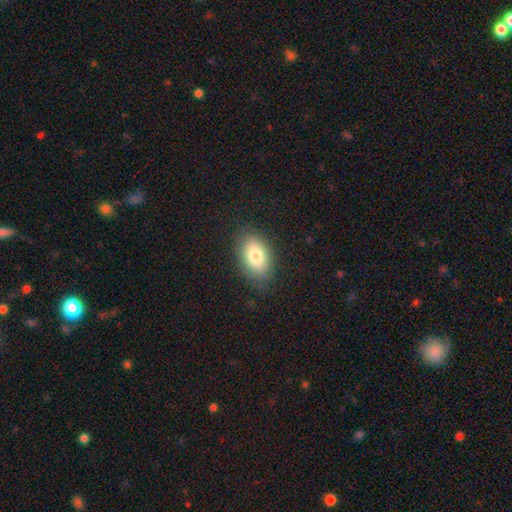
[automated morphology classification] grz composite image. It shows a smooth galaxy with no disk features (81%) that is in between round and cigar-shaped (89%). Merging: none (84%).